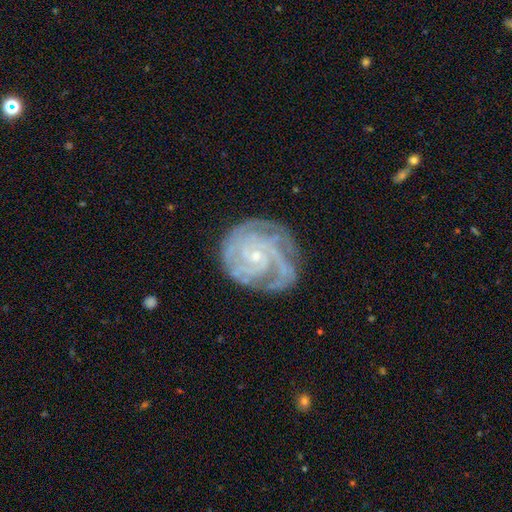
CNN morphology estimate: Smooth or featured?
  - featured or disk: 88% *
  - star or artifact: 6%
  - smooth: 5%
Edge-on disk?
  - no: 98% *
  - yes: 2%
Bar?
  - no: 71% *
  - weak: 22%
  - strong: 6%
Spiral arms?
  - yes: 98% *
  - no: 2%
Spiral winding?
  - tight: 74% *
  - medium: 22%
  - loose: 3%
Spiral arm count?
  - 3: 31% *
  - 4: 24%
  - can't tell: 18%
  - 2: 13%
  - more than 4: 7%
  - 1: 6%
Bulge size?
  - small: 81% *
  - moderate: 15%
  - none: 2%
  - large: 1%
  - dominant: 1%
Merging?
  - none: 71% *
  - minor disturbance: 20%
  - major disturbance: 8%
  - merger: 2%